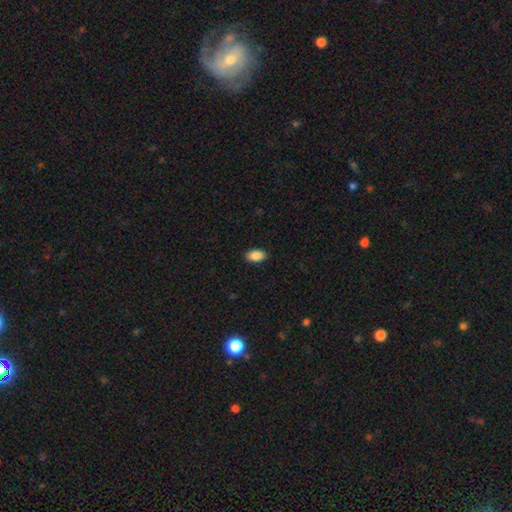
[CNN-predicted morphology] smooth-or-featured: smooth: 89% | star or artifact: 7% | featured or disk: 4%
  how-rounded: in between: 93% | round: 5% | cigar-shaped: 2%
  merging: none: 89% | minor disturbance: 8% | major disturbance: 2% | merger: 1%